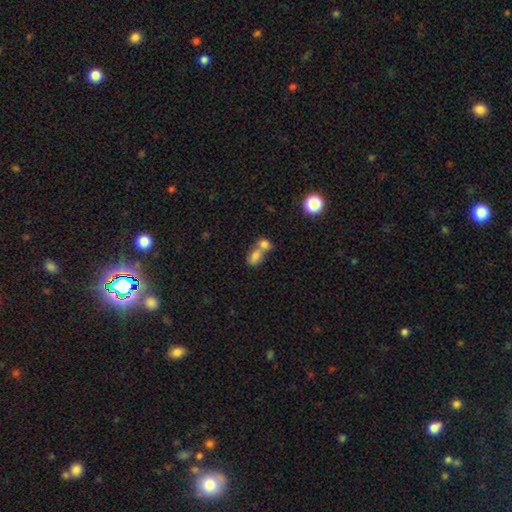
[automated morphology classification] smooth 78%, featured or disk 12%, star or artifact 10%. Down the decision tree: how rounded — in between (75%); merging — merger (69%).